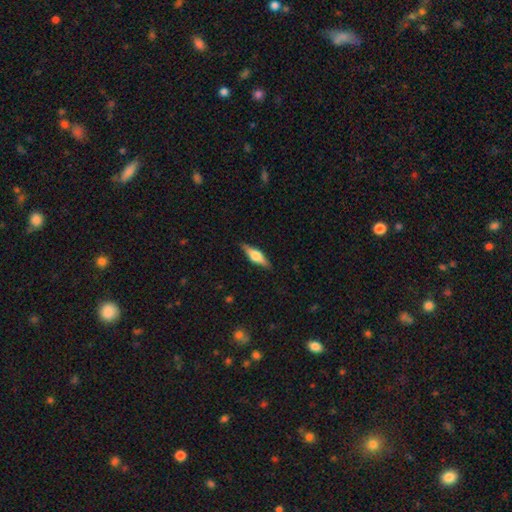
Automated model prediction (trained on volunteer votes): A featured or disk galaxy (60%) viewed edge-on (96%) with a rounded central bulge (89%).

Vote fractions:
- Smooth or featured? featured or disk: 60% / smooth: 34% / star or artifact: 6%
- Edge-on disk? yes: 96% / no: 4%
- Edge-on bulge? rounded: 89% / boxy: 9% / none: 2%
- Merging? none: 88% / minor disturbance: 9% / major disturbance: 2% / merger: 1%